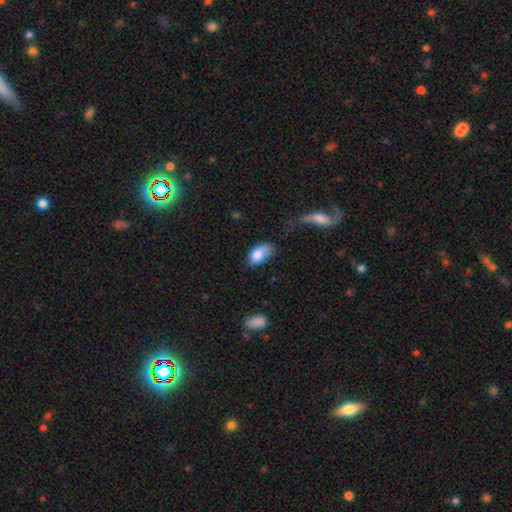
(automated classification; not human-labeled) Smooth or featured?
  - smooth: 84% *
  - featured or disk: 9%
  - star or artifact: 7%
How rounded?
  - in between: 93% *
  - round: 5%
  - cigar-shaped: 3%
Merging?
  - none: 48% *
  - minor disturbance: 34%
  - major disturbance: 13%
  - merger: 5%